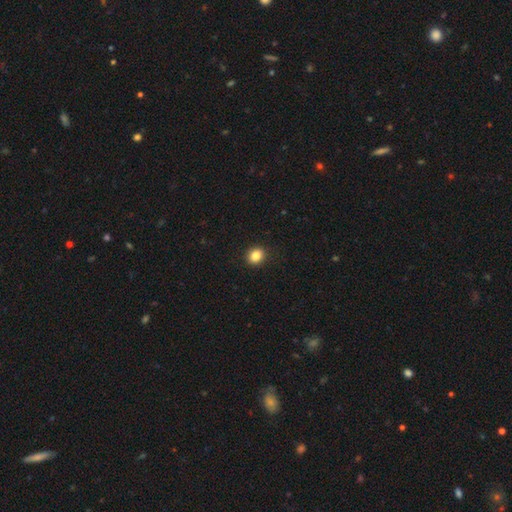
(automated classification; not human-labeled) Morphology: type=smooth (85%); roundness=round (63%); merging=none (92%).